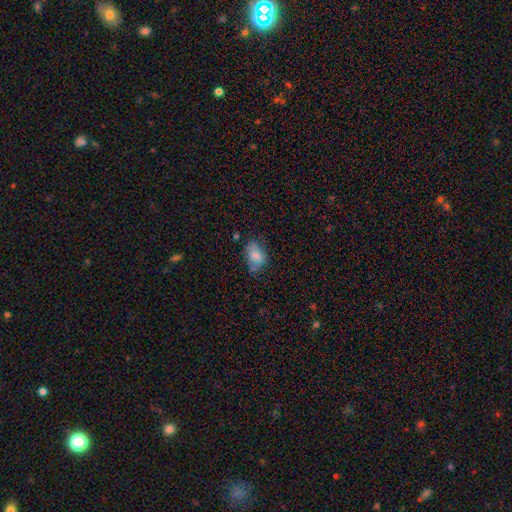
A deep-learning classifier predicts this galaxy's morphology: The model was most divided on "merging": none: 54%, minor disturbance: 32%, major disturbance: 12%, merger: 3%. More confident: how rounded — in between (87%); smooth or featured — smooth (76%).